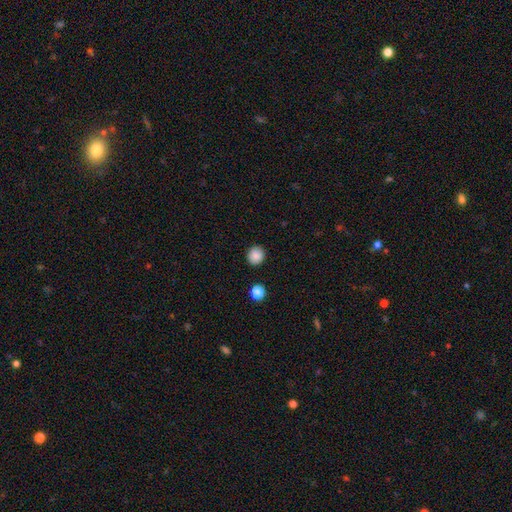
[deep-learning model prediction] This appears to be a smooth galaxy with no disk features (87%) that is round (87%). Merging: none (90%).